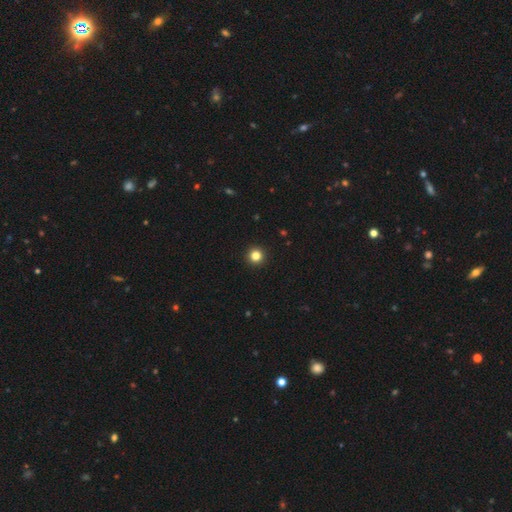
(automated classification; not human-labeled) A smooth galaxy with no disk features (83%) that is round (96%). Merging: none (94%).